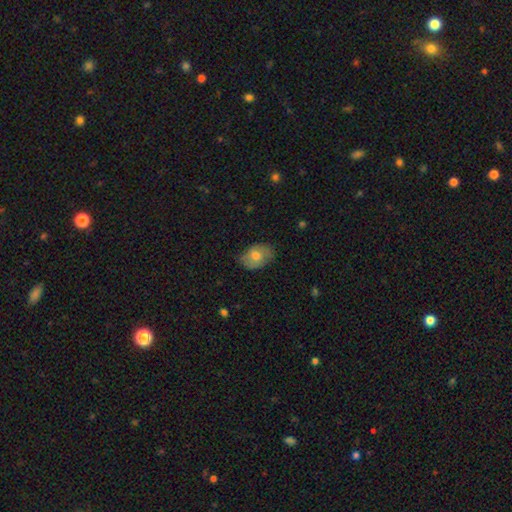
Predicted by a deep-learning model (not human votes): Smooth or featured?
  - smooth: 66% *
  - featured or disk: 27%
  - star or artifact: 7%
How rounded?
  - in between: 79% *
  - round: 19%
  - cigar-shaped: 1%
Merging?
  - none: 71% *
  - minor disturbance: 24%
  - major disturbance: 5%
  - merger: 1%